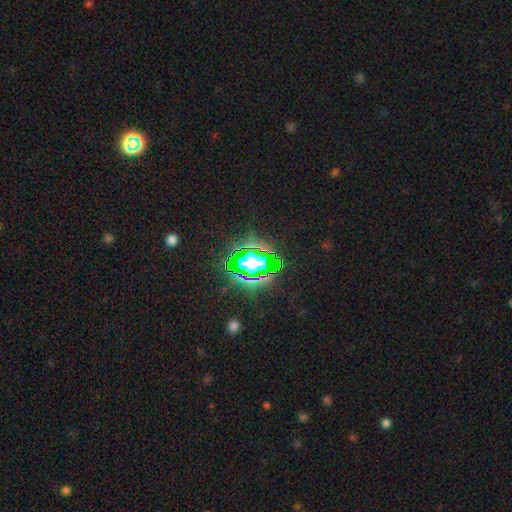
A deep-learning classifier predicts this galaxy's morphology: Smooth or featured?
  - star or artifact: 68% *
  - smooth: 18%
  - featured or disk: 14%